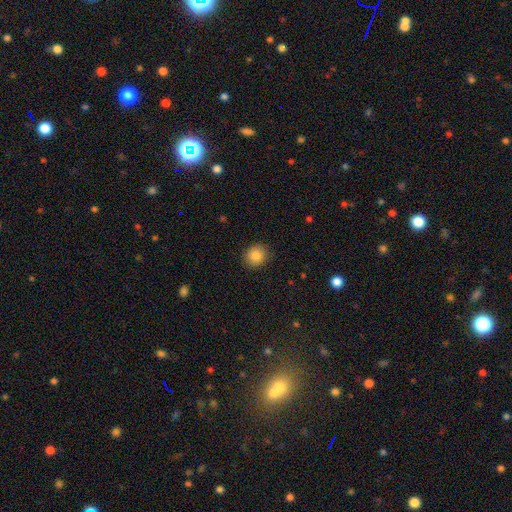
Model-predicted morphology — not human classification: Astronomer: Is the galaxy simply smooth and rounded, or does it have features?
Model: smooth — 86%.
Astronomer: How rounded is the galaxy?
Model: round — 86%.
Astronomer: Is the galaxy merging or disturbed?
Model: none — 88%.